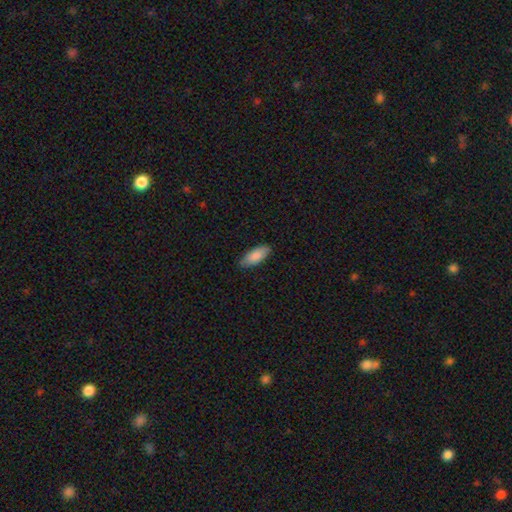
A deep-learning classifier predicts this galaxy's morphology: smooth 86%, featured or disk 9%, star or artifact 6%. Down the decision tree: how rounded — in between (82%); merging — none (85%).